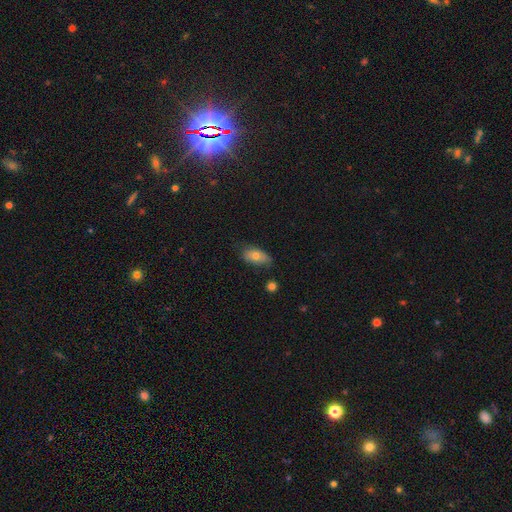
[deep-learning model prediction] Smooth or featured: smooth — 71% (featured or disk — 21%)
How rounded: in between — 88% (round — 7%)
Merging: none — 57% (minor disturbance — 33%)